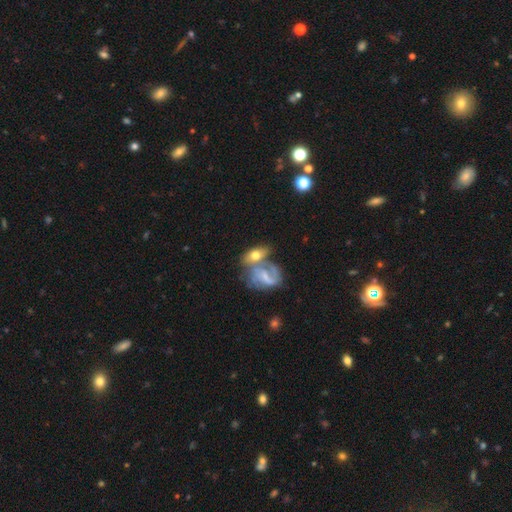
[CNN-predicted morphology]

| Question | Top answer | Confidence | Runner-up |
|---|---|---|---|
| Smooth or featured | smooth | 47% | featured or disk (45%) |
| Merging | merger | 48% | none (31%) |